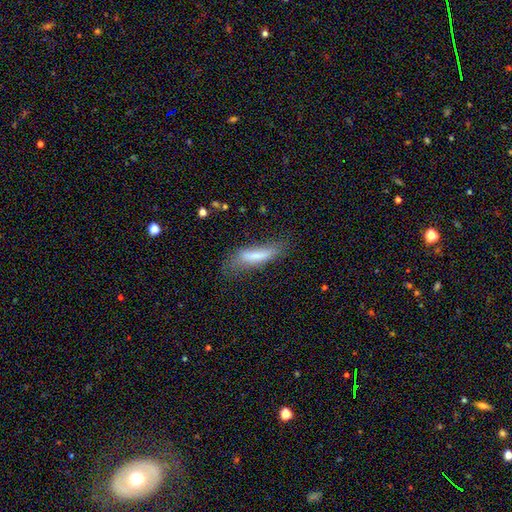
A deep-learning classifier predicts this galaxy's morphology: Q: Smooth or featured?
A: smooth (69%); runner-up: featured or disk (23%)
Q: How rounded?
A: cigar-shaped (72%); runner-up: in between (26%)
Q: Merging?
A: none (54%); runner-up: minor disturbance (28%)